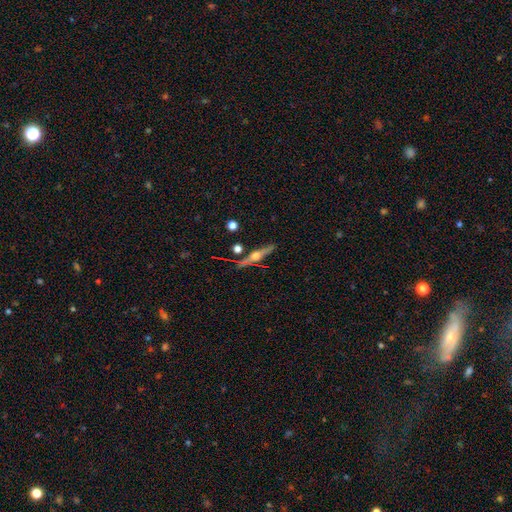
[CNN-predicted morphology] featured or disk 68%, smooth 23%, star or artifact 9%. Down the decision tree: edge-on disk — yes (94%); edge-on bulge — rounded (91%); merging — none (74%).